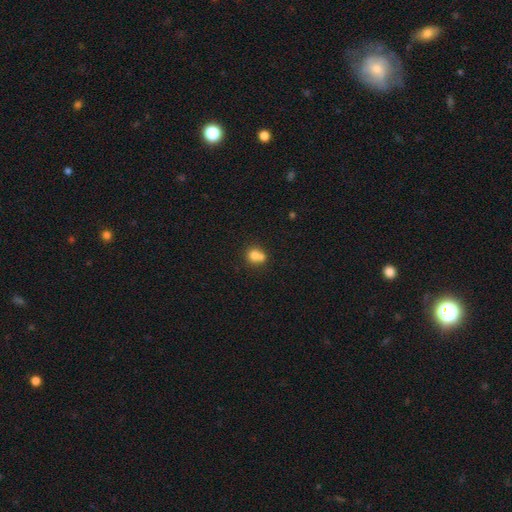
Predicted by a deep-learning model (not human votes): Smooth or featured: smooth — 73% (featured or disk — 16%)
How rounded: round — 78% (in between — 21%)
Merging: merger — 56% (none — 33%)